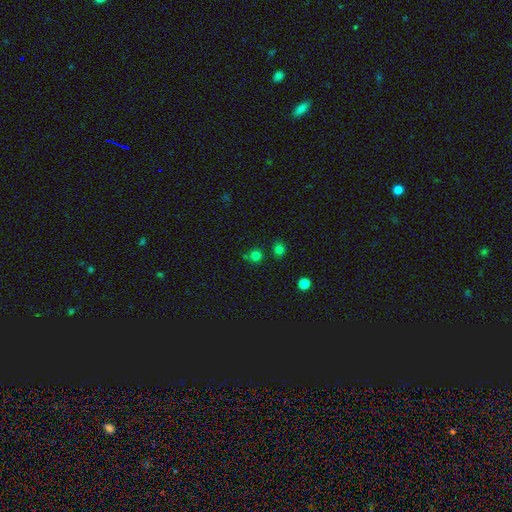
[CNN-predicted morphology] A smooth galaxy with no disk features (72%) that is round (91%). Merging: none (77%).